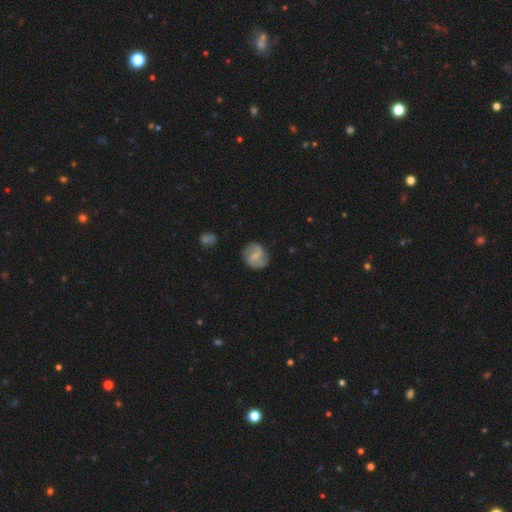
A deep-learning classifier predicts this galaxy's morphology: smooth_or_featured: featured or disk (p=0.67) [alt: smooth p=0.27]
disk_edge_on: no (p=0.98) [alt: yes p=0.02]
bar: weak (p=0.53) [alt: no p=0.29]
has_spiral_arms: yes (p=0.90) [alt: no p=0.10]
spiral_winding: medium (p=0.47) [alt: loose p=0.30]
spiral_arm_count: 2 (p=0.87) [alt: can't tell p=0.07]
bulge_size: small (p=0.63) [alt: moderate p=0.27]
merging: none (p=0.82) [alt: minor disturbance p=0.13]